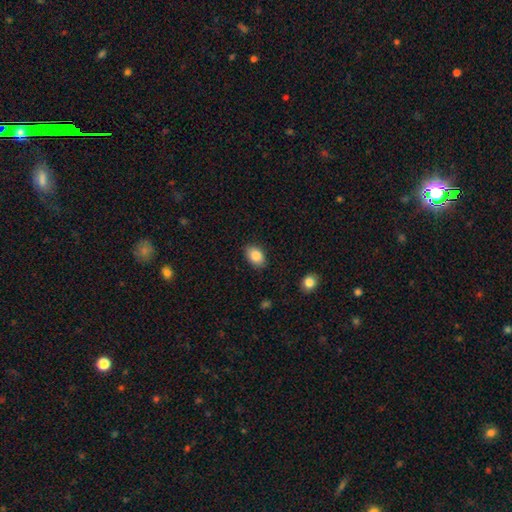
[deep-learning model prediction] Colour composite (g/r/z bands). It shows a smooth galaxy with no disk features (85%) that is in between round and cigar-shaped (85%). Merging: none (86%).